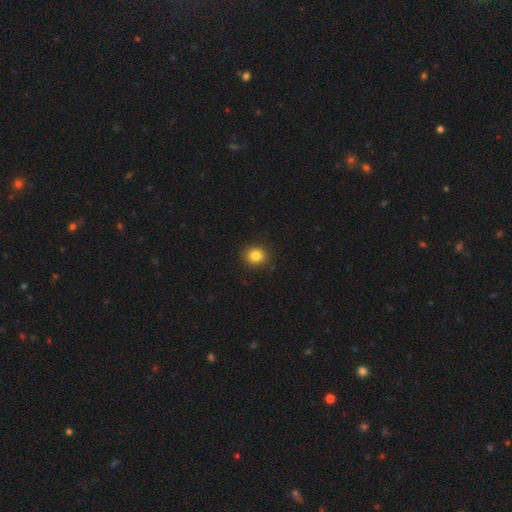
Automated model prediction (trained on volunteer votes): This is clearly a smooth galaxy (83%). How rounded: clearly round (81%). Merging: clearly none (91%).